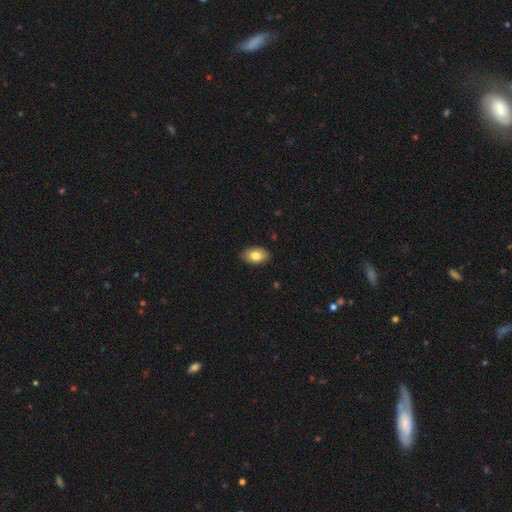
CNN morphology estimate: Smooth or featured? Predicted: smooth (p=0.81). How rounded? Predicted: in between (p=0.91). Merging? Predicted: none (p=0.88).